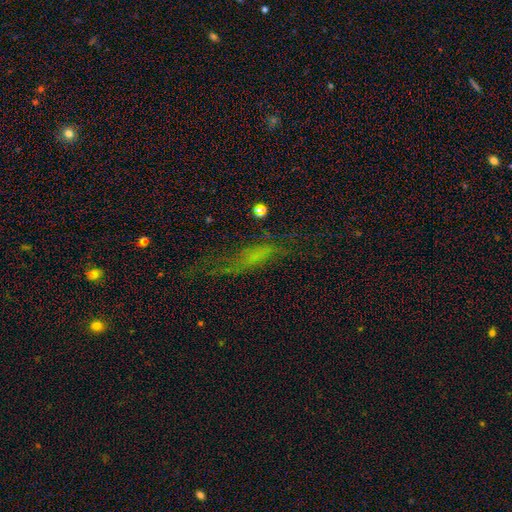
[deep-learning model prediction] Morphology: type=smooth (39%); merging=none (49%).